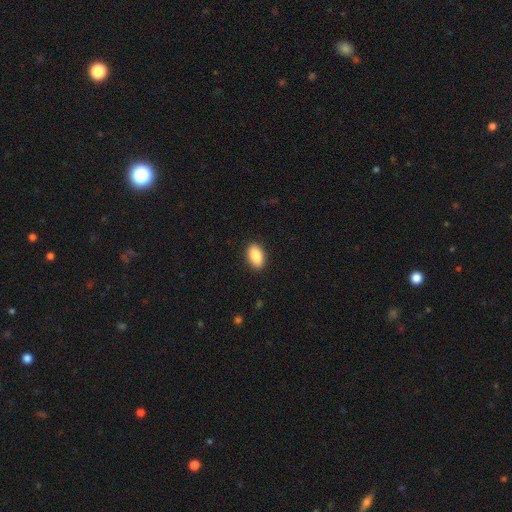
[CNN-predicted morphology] smooth_or_featured: smooth (p=0.88) [alt: star or artifact p=0.07]
how_rounded: in between (p=0.92) [alt: round p=0.06]
merging: none (p=0.89) [alt: minor disturbance p=0.08]